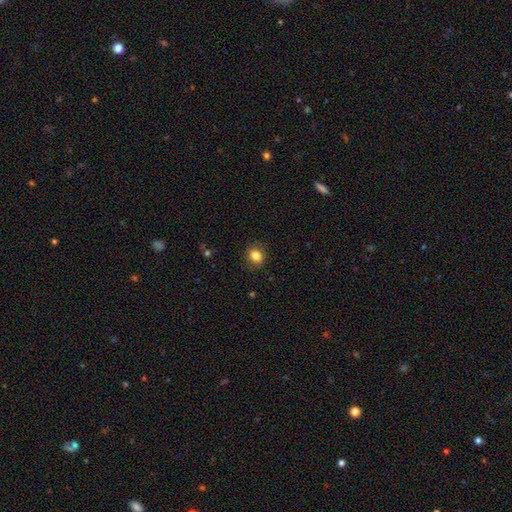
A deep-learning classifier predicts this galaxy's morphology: Smooth or featured: smooth — 84% (star or artifact — 11%)
How rounded: round — 70% (in between — 29%)
Merging: none — 87% (minor disturbance — 9%)